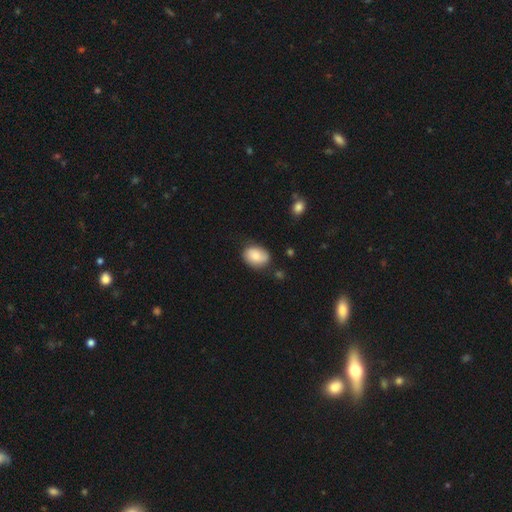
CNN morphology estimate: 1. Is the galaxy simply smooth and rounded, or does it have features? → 77% smooth, 16% featured or disk, 7% star or artifact.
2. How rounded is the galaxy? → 75% in between, 24% round, 1% cigar-shaped.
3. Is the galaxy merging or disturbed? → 73% none, 20% minor disturbance, 4% major disturbance, 2% merger.